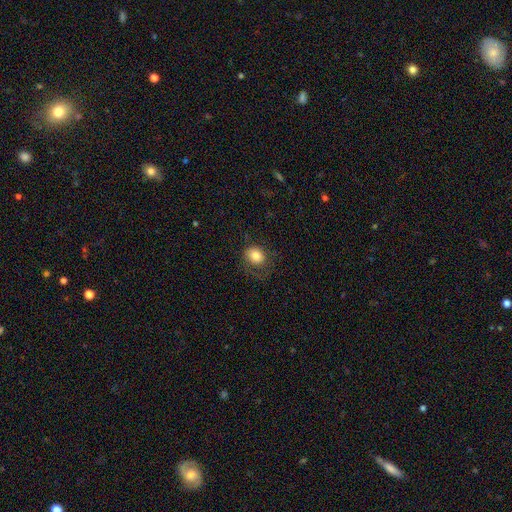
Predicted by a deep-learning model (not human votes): Morphology: type=smooth (80%); roundness=round (59%); merging=none (62%).